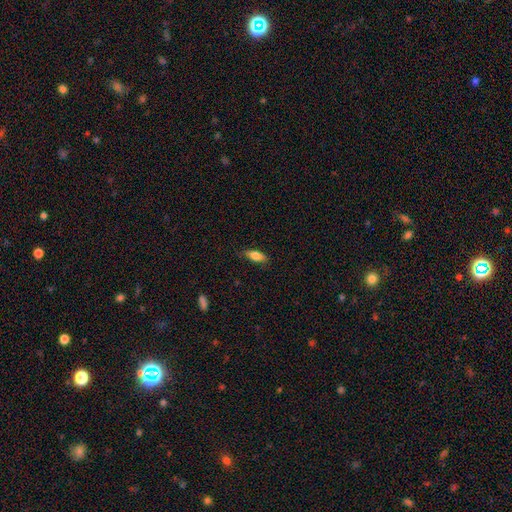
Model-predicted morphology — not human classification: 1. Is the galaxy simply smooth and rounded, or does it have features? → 78% smooth, 15% featured or disk, 7% star or artifact.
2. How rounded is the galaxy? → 73% in between, 25% cigar-shaped, 3% round.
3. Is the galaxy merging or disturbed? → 80% none, 16% minor disturbance, 3% major disturbance, 1% merger.